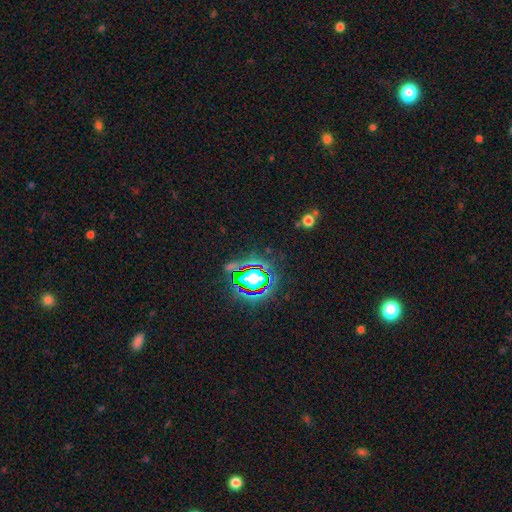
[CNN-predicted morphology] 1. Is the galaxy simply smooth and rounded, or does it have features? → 78% star or artifact, 12% smooth, 10% featured or disk.